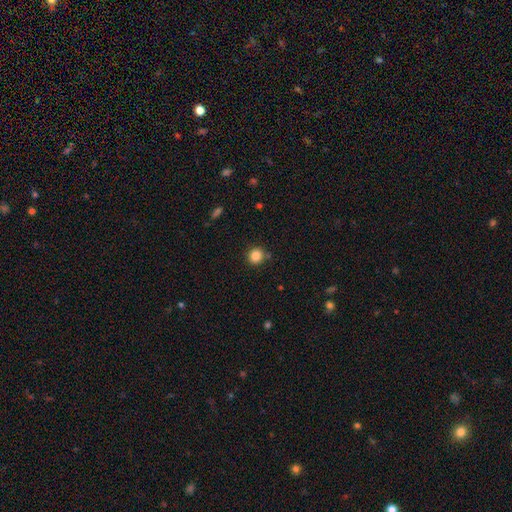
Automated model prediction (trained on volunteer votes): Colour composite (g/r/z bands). It shows a smooth galaxy with no disk features (85%) that is round (92%). Merging: none (85%).